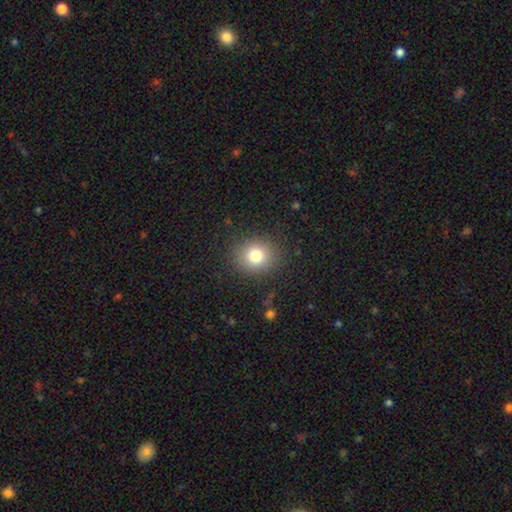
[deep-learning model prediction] A smooth galaxy with no disk features (78%) that is round (81%). Merging: none (87%).